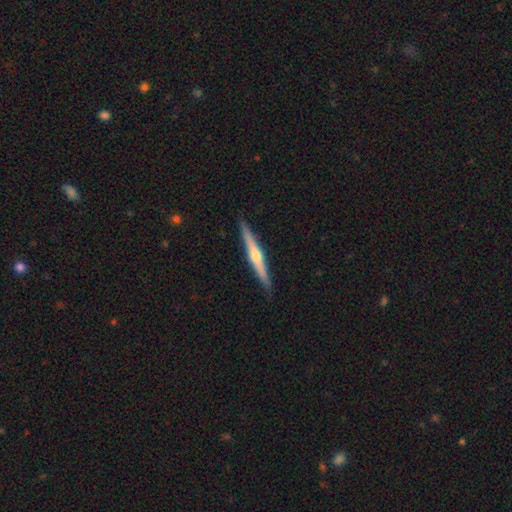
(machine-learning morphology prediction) type=featured or disk (73%); edge-on=yes (98%); edge-on bulge=rounded (89%); merging=none (91%).